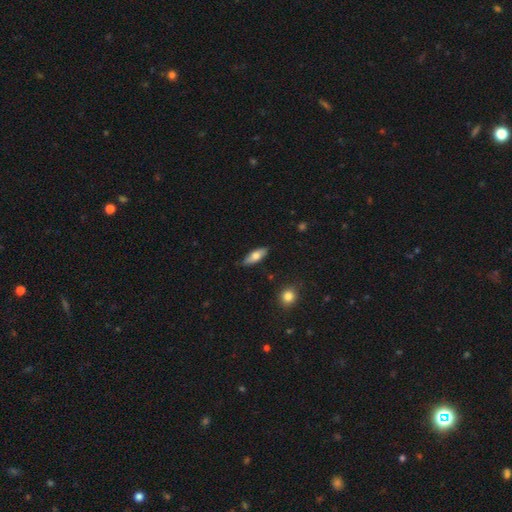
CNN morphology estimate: The model was most divided on "smooth or featured": smooth: 65%, featured or disk: 30%, star or artifact: 6%. More confident: merging — none (82%); how rounded — in between (70%).